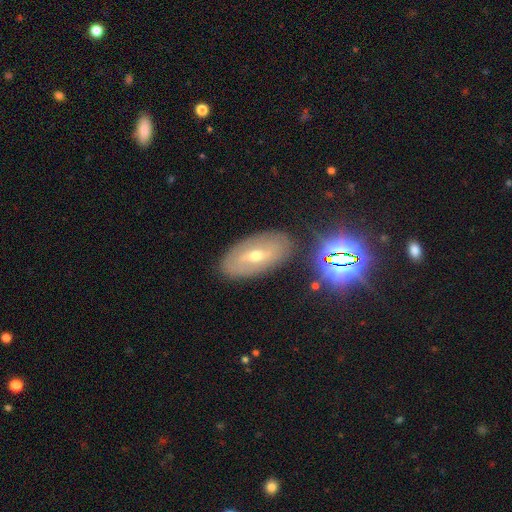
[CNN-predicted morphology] This is possibly a featured or disk galaxy (56%). It is clearly not viewed edge-on (85%). Merging: clearly none (83%).